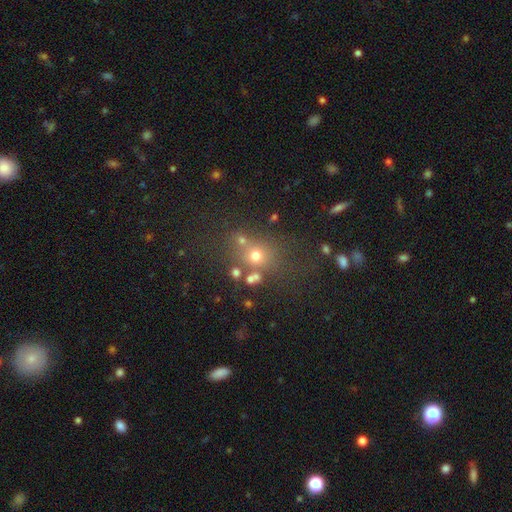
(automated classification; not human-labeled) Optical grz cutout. It shows a smooth galaxy with no disk features (62%) that is round (76%). Merging: none (62%).